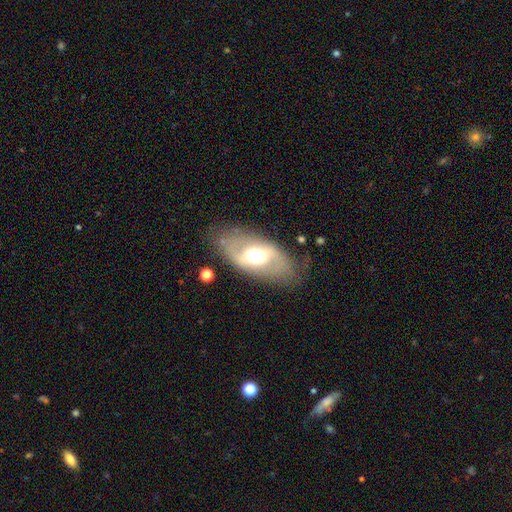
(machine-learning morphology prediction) smooth-or-featured: featured or disk: 57% | smooth: 35% | star or artifact: 8%
  disk-edge-on: no: 87% | yes: 13%
  merging: none: 72% | minor disturbance: 17% | major disturbance: 9% | merger: 2%